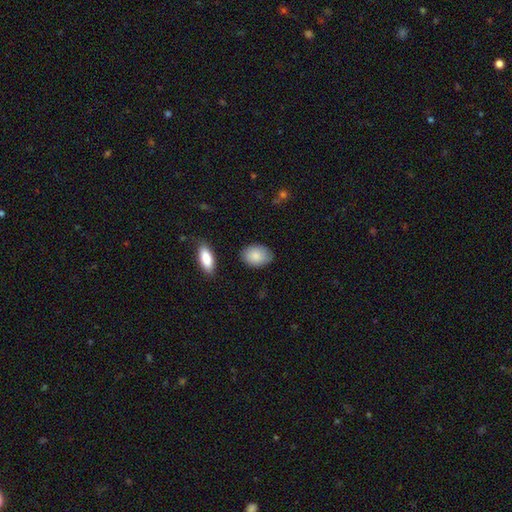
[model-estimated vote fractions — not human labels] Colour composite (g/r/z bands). It shows a smooth galaxy with no disk features (87%) that is in between round and cigar-shaped (83%). Merging: none (79%).